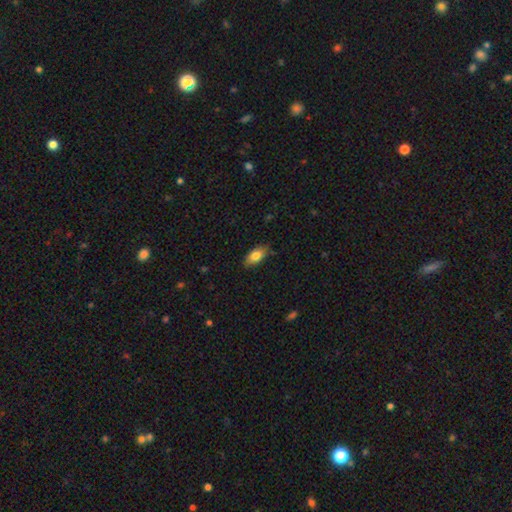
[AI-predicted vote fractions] Smooth or featured?
  - smooth: 81% *
  - featured or disk: 12%
  - star or artifact: 7%
How rounded?
  - in between: 89% *
  - cigar-shaped: 7%
  - round: 4%
Merging?
  - none: 82% *
  - minor disturbance: 14%
  - major disturbance: 2%
  - merger: 1%